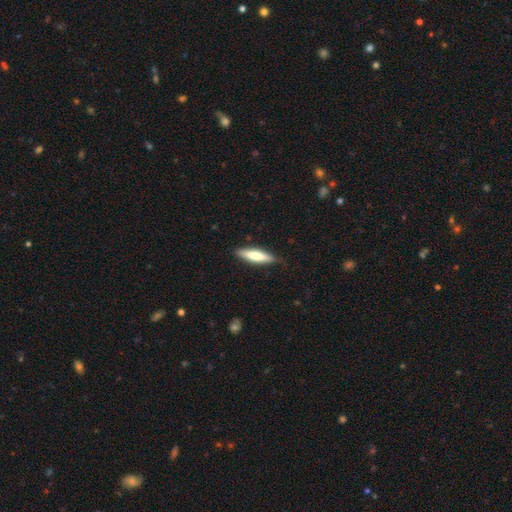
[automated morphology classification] smooth_or_featured: smooth (p=0.66) [alt: featured or disk p=0.29]
how_rounded: cigar-shaped (p=0.68) [alt: in between p=0.31]
merging: none (p=0.84) [alt: minor disturbance p=0.13]